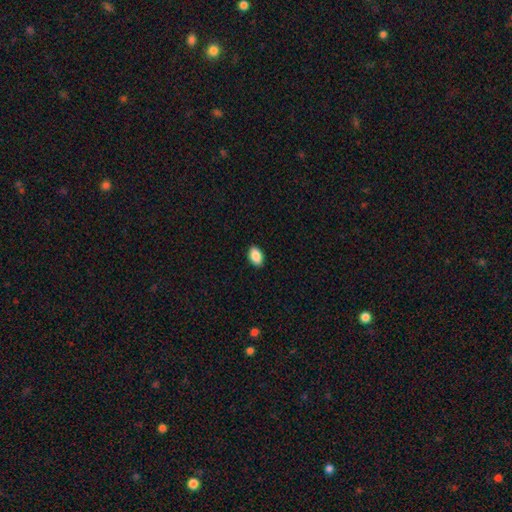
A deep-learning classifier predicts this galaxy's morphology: A smooth galaxy with no disk features (90%) that is in between round and cigar-shaped (91%). Merging: none (90%).